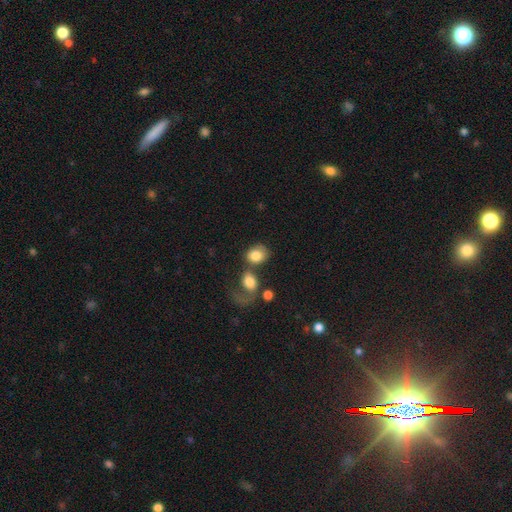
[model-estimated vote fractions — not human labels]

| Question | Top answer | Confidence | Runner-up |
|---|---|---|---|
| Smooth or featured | smooth | 78% | featured or disk (14%) |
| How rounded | in between | 54% | round (45%) |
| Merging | merger | 38% | none (33%) |